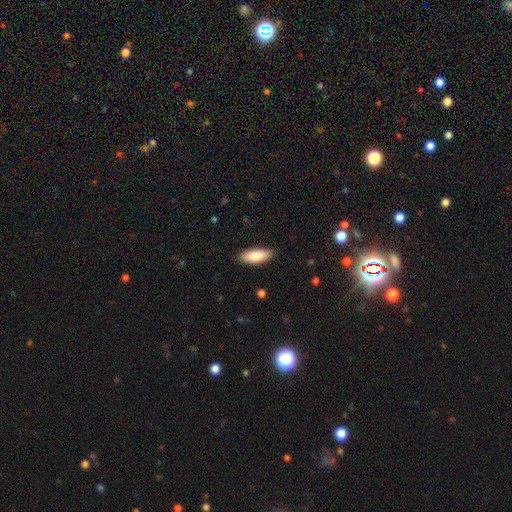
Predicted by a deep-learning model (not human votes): A smooth galaxy with no disk features (86%) that is in between round and cigar-shaped (74%). Merging: none (87%).